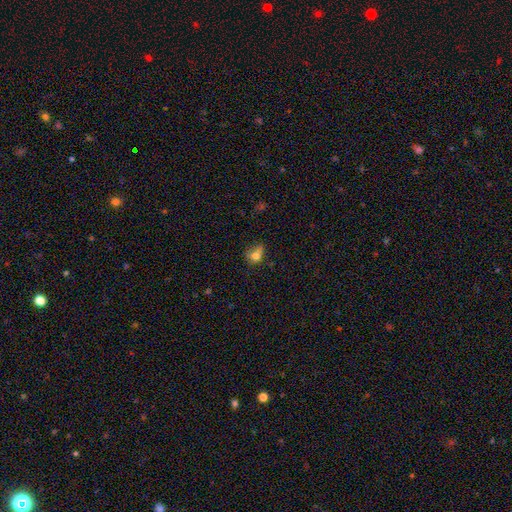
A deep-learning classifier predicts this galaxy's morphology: A smooth galaxy with no disk features (71%) that is round (59%). Merging: none (41%).